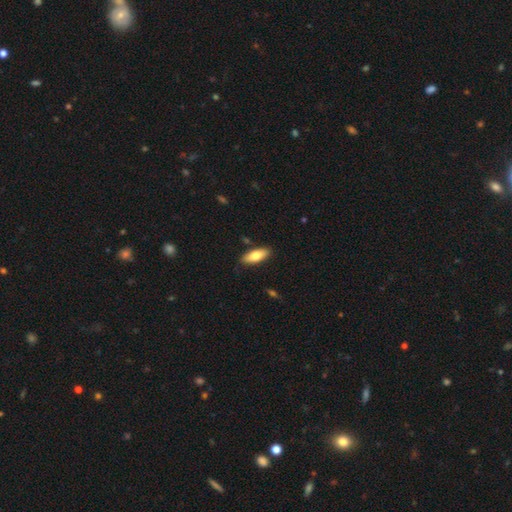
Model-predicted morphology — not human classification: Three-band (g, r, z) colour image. It shows a smooth galaxy with no disk features (74%) that is in between round and cigar-shaped (70%). Merging: none (87%).